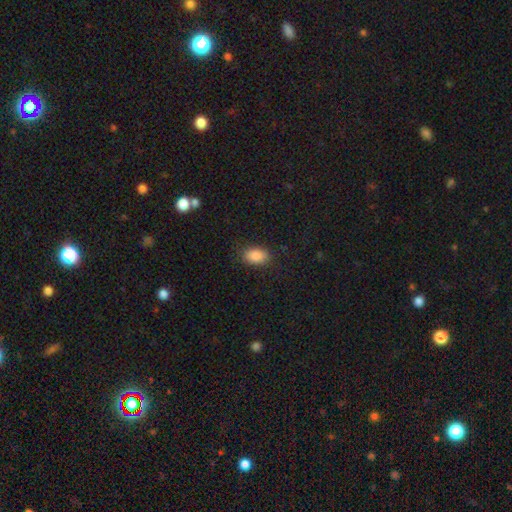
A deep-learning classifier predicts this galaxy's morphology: A smooth galaxy with no disk features (88%) that is in between round and cigar-shaped (89%).

Vote fractions:
- Smooth or featured? smooth: 88% / star or artifact: 8% / featured or disk: 4%
- How rounded? in between: 89% / round: 9% / cigar-shaped: 2%
- Merging? none: 85% / minor disturbance: 11% / major disturbance: 3% / merger: 1%